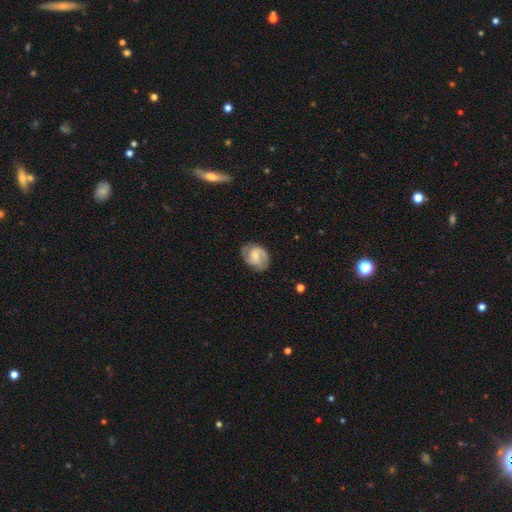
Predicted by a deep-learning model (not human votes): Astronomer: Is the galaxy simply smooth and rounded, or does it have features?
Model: featured or disk — 71%.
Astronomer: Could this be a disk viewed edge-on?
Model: no — 98%.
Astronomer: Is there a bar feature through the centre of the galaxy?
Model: weak — 49% (runner-up: no, 38%).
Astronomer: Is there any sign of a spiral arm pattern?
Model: yes — 93%.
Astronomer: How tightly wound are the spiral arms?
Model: medium — 51% (runner-up: tight, 28%).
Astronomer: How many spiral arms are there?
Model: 2 — 85%.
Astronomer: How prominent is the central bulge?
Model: small — 46% (runner-up: moderate, 36%).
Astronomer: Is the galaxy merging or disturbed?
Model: none — 75%.